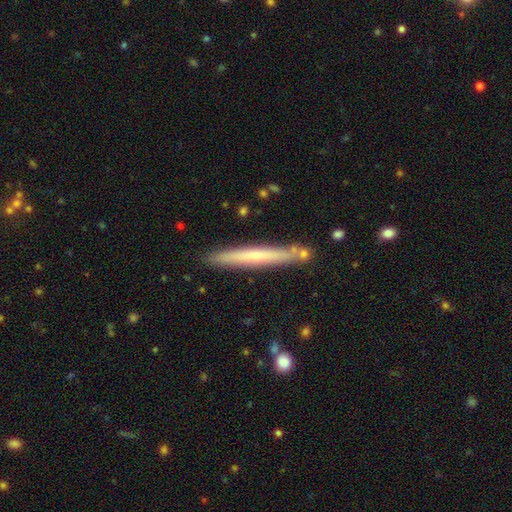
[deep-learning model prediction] This appears to be a featured or disk galaxy (48%). Merging: none (85%).